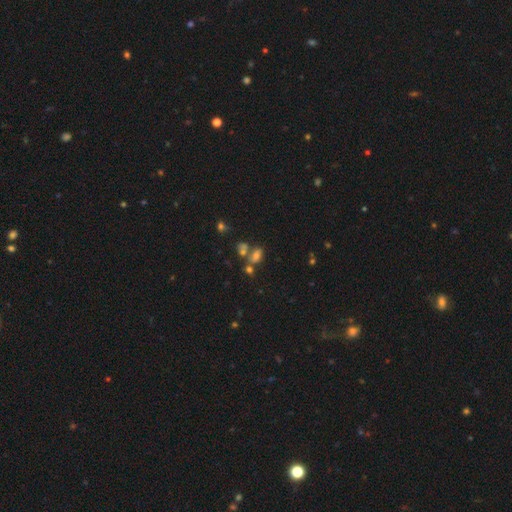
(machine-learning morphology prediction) Smooth or featured? Predicted: smooth (p=0.58). How rounded? Predicted: in between (p=0.79). Merging? Predicted: none (p=0.43).